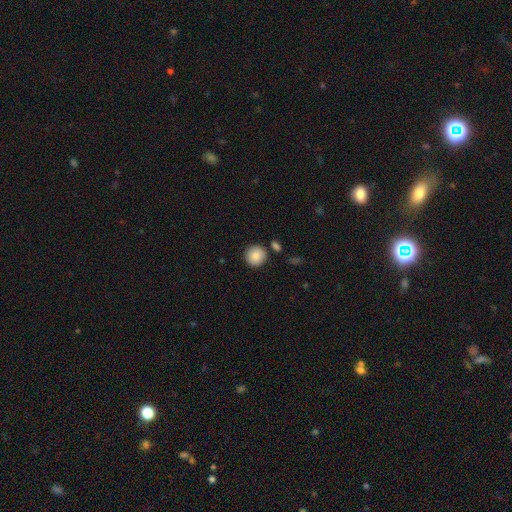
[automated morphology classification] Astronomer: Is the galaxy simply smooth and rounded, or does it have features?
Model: smooth — 87%.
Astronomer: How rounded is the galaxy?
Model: round — 94%.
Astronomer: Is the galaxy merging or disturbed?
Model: none — 85%.